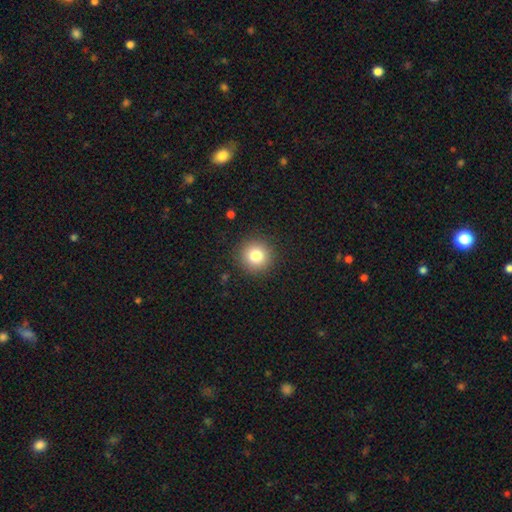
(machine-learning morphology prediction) Smooth or featured? Predicted: smooth (p=0.81). How rounded? Predicted: round (p=0.94). Merging? Predicted: none (p=0.91).